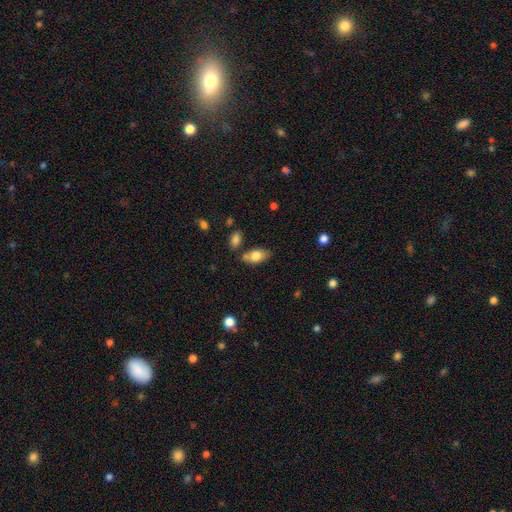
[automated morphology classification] A smooth galaxy with no disk features (77%) that is in between round and cigar-shaped (90%). Merging: none (65%).